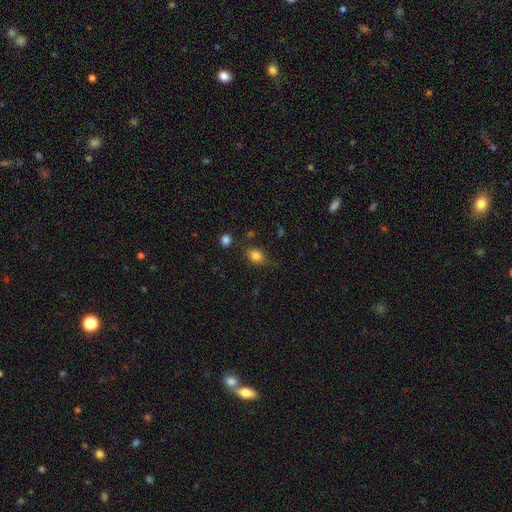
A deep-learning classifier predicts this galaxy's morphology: Overall: smooth (82%). How rounded: in between (69%). Merging: none (69%).